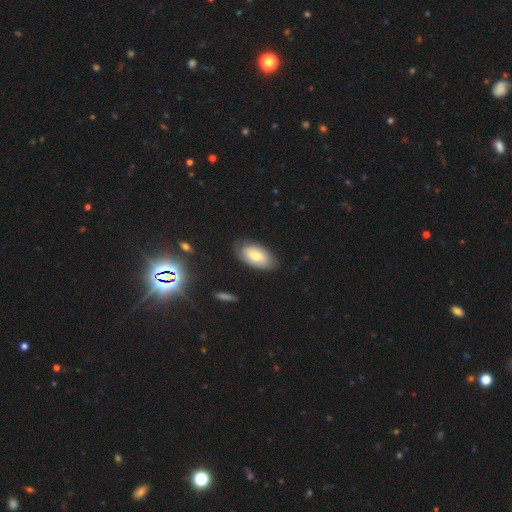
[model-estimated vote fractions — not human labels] Overall: smooth (59%; featured or disk 34%). How rounded: in between (93%). Merging: none (75%).